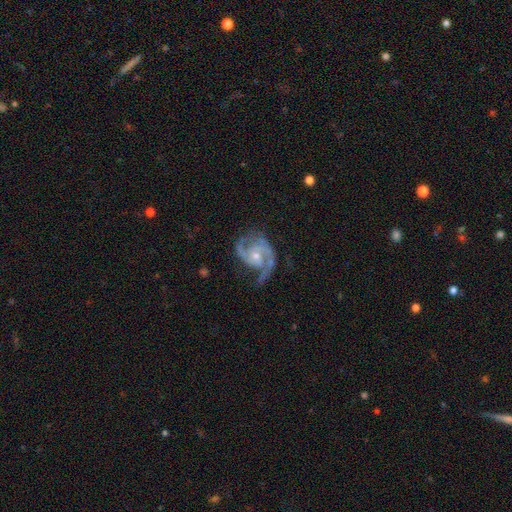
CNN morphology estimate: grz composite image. It shows a featured or disk galaxy (91%) with no bar (61%), 2 (81%) medium (56%) spiral arms (98%) and a small central bulge (58%). Merging: none (64%).